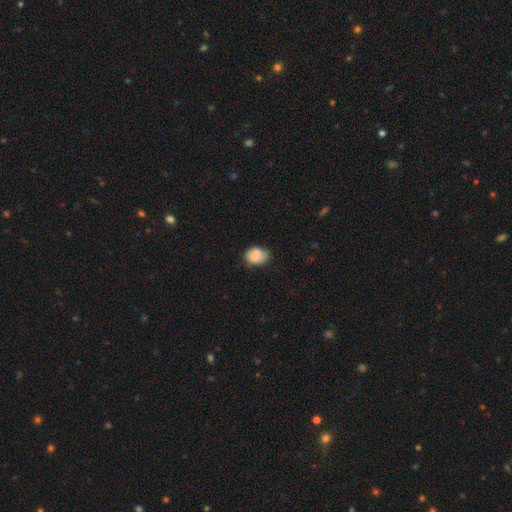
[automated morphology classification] smooth_or_featured: smooth (p=0.79) [alt: featured or disk p=0.13]
how_rounded: in between (p=0.66) [alt: round p=0.33]
merging: none (p=0.58) [alt: minor disturbance p=0.33]